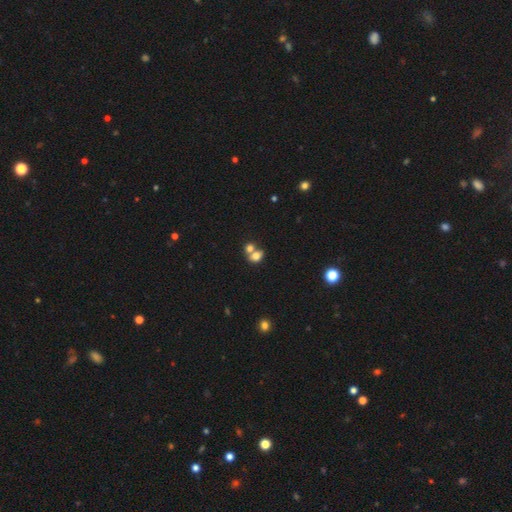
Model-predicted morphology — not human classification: Smooth or featured: smooth — 75% (featured or disk — 13%)
How rounded: in between — 61% (round — 37%)
Merging: merger — 57% (none — 31%)